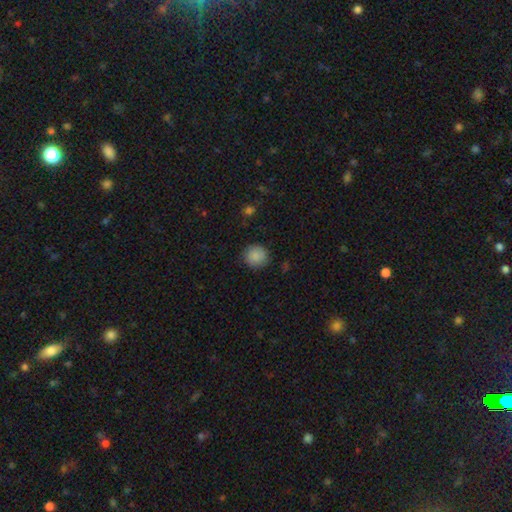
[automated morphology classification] Smooth or featured: smooth — 85% (star or artifact — 8%)
How rounded: round — 91% (in between — 8%)
Merging: none — 86% (minor disturbance — 10%)